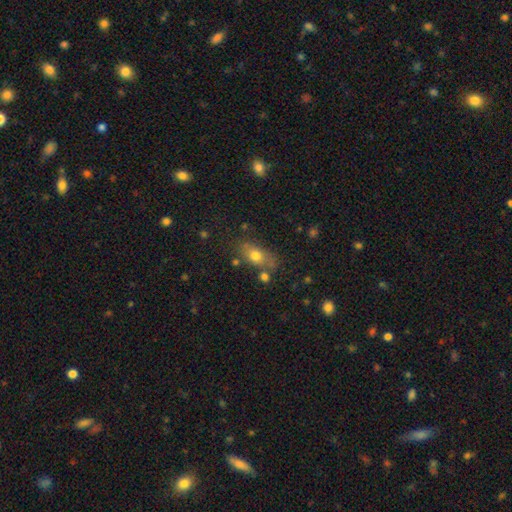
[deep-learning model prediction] This is likely a smooth galaxy (71%). How rounded: likely in between (74%). Merging: likely none (66%).